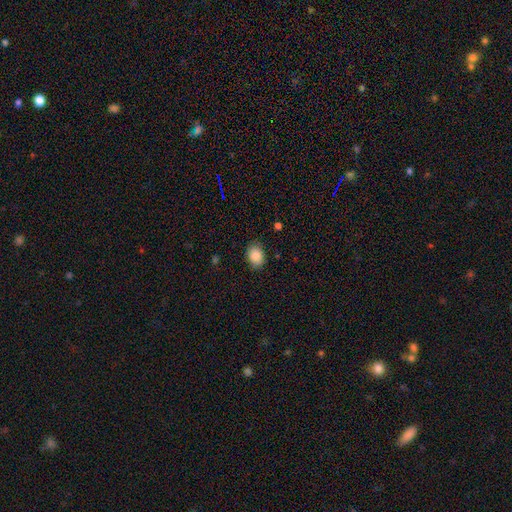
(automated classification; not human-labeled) This appears to be a smooth galaxy with no disk features (87%) that is in between round and cigar-shaped (67%). Merging: none (83%).